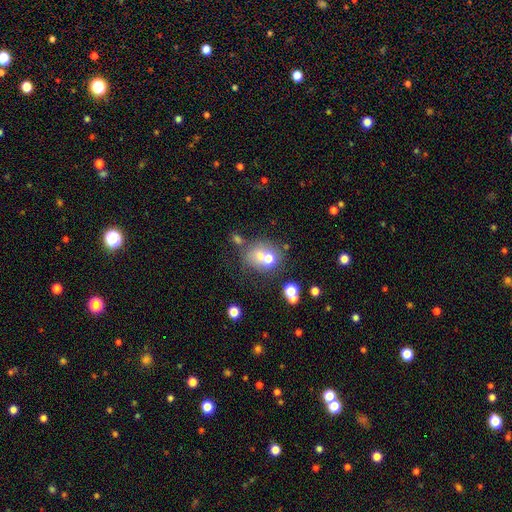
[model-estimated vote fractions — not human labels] smooth-or-featured: smooth: 51% | star or artifact: 27% | featured or disk: 22%
  how-rounded: in between: 52% | round: 45% | cigar-shaped: 3%
  merging: none: 59% | merger: 16% | minor disturbance: 15% | major disturbance: 9%